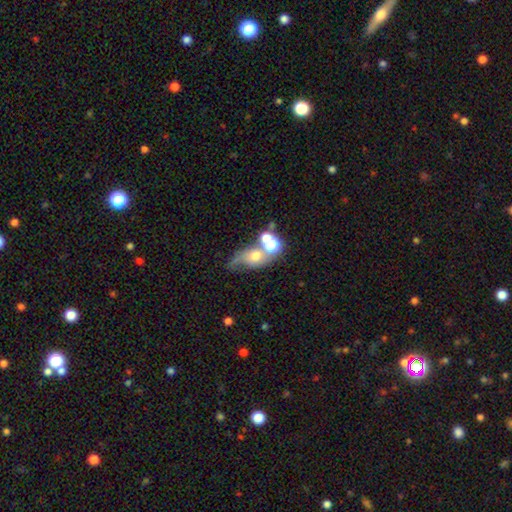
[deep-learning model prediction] Overall: smooth (46%; featured or disk 37%). Merging: merger (42%; none 25%).